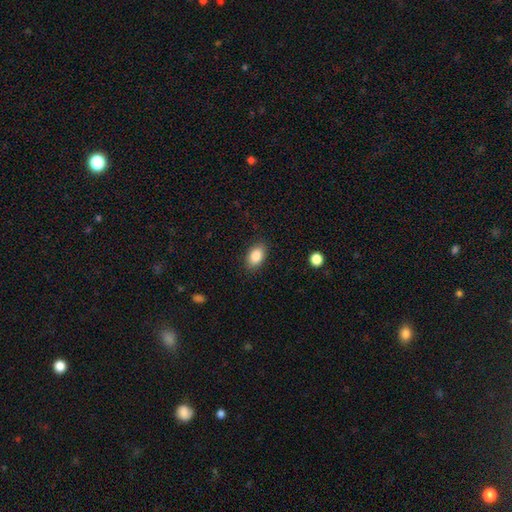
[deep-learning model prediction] Smooth or featured? Predicted: smooth (p=0.85). How rounded? Predicted: in between (p=0.88). Merging? Predicted: none (p=0.87).